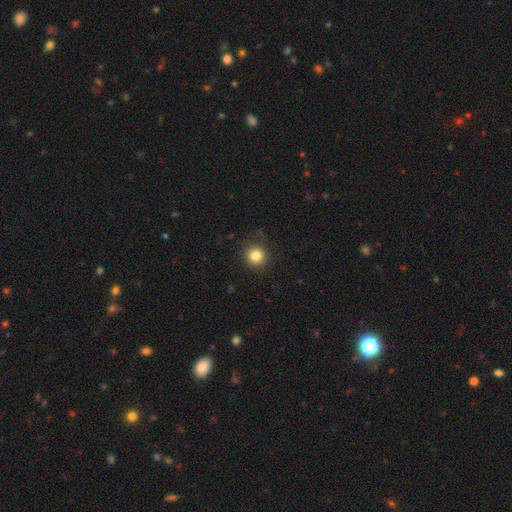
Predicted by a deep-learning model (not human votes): Smooth or featured?
  - smooth: 83% *
  - star or artifact: 11%
  - featured or disk: 6%
How rounded?
  - round: 93% *
  - in between: 6%
  - cigar-shaped: 1%
Merging?
  - none: 88% *
  - minor disturbance: 8%
  - major disturbance: 3%
  - merger: 1%